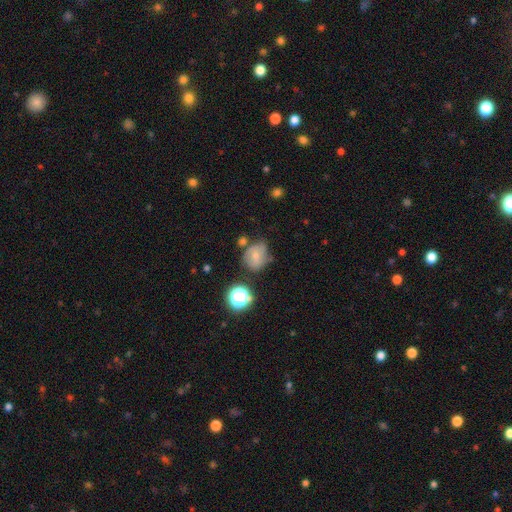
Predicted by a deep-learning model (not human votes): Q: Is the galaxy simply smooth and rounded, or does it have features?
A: smooth — 52%.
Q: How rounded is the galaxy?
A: round — 63%.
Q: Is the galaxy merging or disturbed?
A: none — 48%.